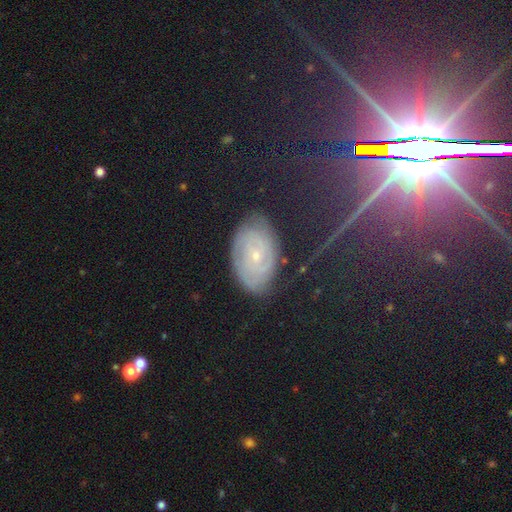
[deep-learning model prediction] The model was most divided on "spiral arm count": can't tell: 50%, 2: 24%, 3: 10%, 4: 7%, more than 4: 5%, 1: 5%. More confident: edge-on disk — no (94%); spiral arms — yes (86%); merging — none (80%); bulge size — small (79%); spiral winding — tight (76%); bar — no (71%); smooth or featured — featured or disk (67%).